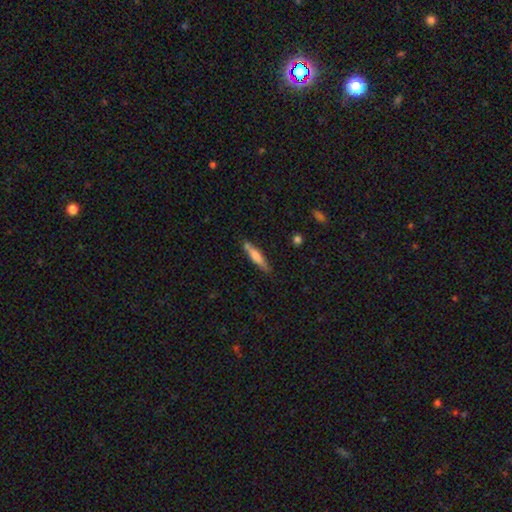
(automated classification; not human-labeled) Smooth or featured? smooth (68%)
How rounded? cigar-shaped (85%)
Merging? none (71%)